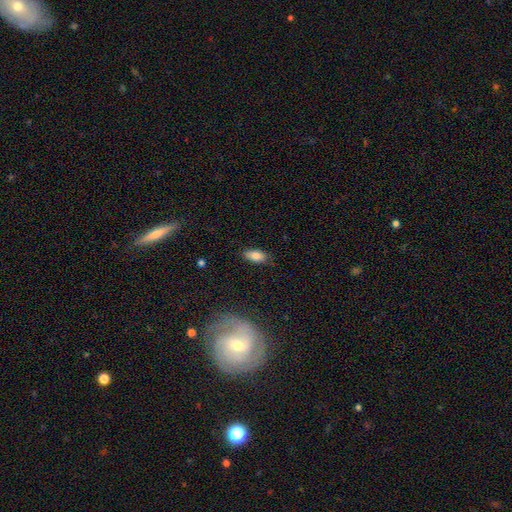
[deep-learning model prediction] Overall: smooth (83%). How rounded: in between (87%). Merging: none (82%).